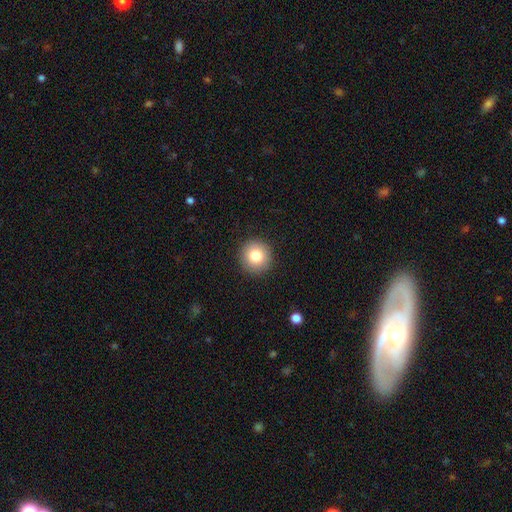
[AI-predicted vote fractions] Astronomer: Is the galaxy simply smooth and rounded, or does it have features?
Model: smooth — 81%.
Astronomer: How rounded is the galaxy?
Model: round — 95%.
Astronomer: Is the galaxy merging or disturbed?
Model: none — 92%.